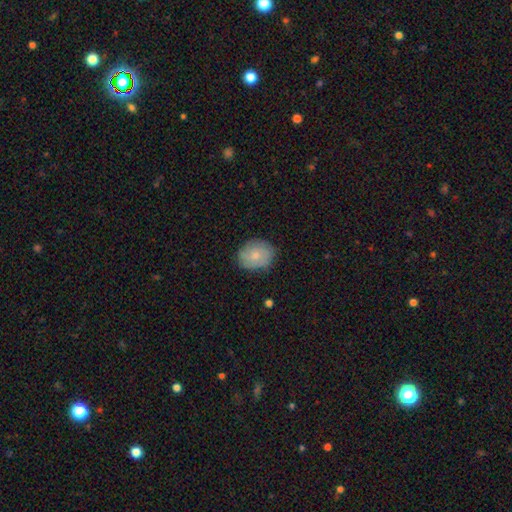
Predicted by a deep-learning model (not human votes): Smooth or featured? smooth (63%)
How rounded? round (60%)
Merging? none (79%)